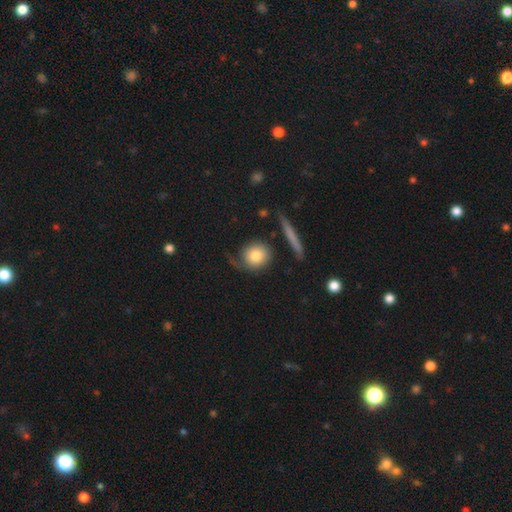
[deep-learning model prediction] smooth-or-featured: smooth: 73% | featured or disk: 20% | star or artifact: 7%
  how-rounded: round: 85% | in between: 13% | cigar-shaped: 2%
  merging: none: 60% | minor disturbance: 21% | major disturbance: 13% | merger: 5%